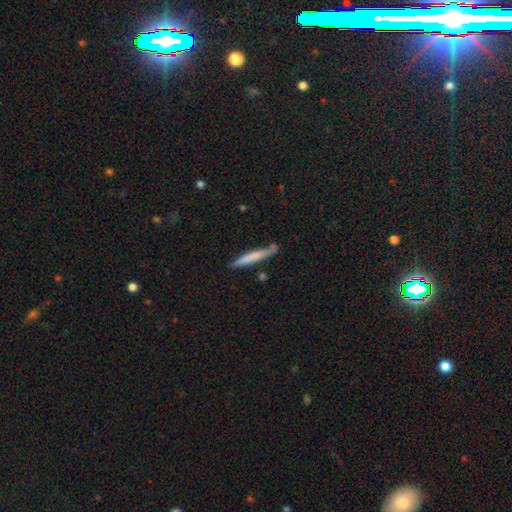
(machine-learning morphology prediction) smooth_or_featured: smooth (p=0.62) [alt: featured or disk p=0.32]
how_rounded: cigar-shaped (p=0.96) [alt: in between p=0.03]
merging: none (p=0.79) [alt: minor disturbance p=0.15]